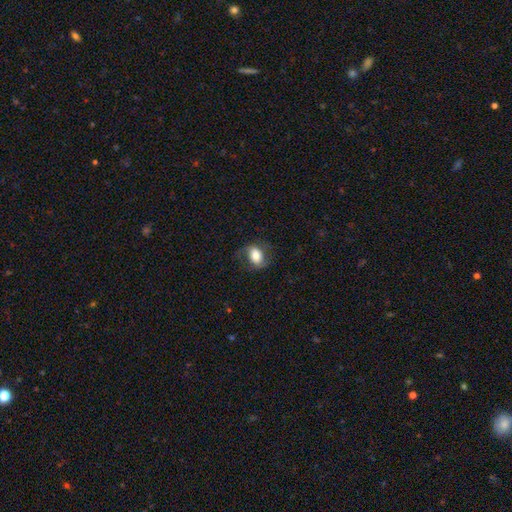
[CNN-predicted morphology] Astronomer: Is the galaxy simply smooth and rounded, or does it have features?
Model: smooth — 64%.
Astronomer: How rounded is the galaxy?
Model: in between — 80%.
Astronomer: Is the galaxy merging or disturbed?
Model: none — 68%.